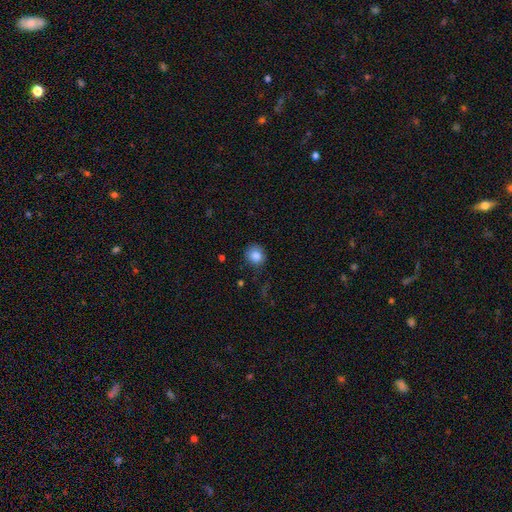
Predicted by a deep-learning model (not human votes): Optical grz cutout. It shows a smooth galaxy with no disk features (85%) that is round (88%). Merging: none (82%).